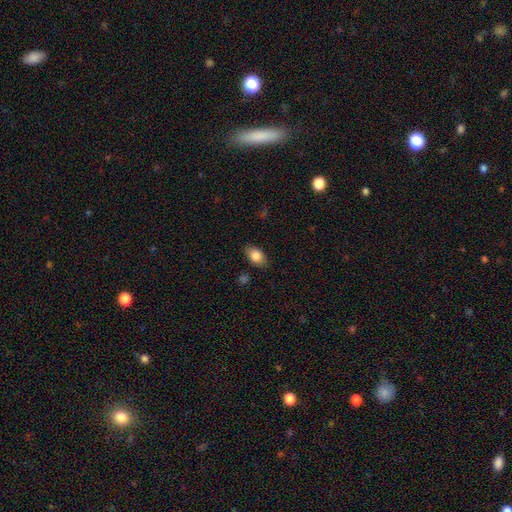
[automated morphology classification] Q: Smooth or featured?
A: smooth (84%); runner-up: featured or disk (8%)
Q: How rounded?
A: in between (87%); runner-up: round (11%)
Q: Merging?
A: none (82%); runner-up: minor disturbance (14%)